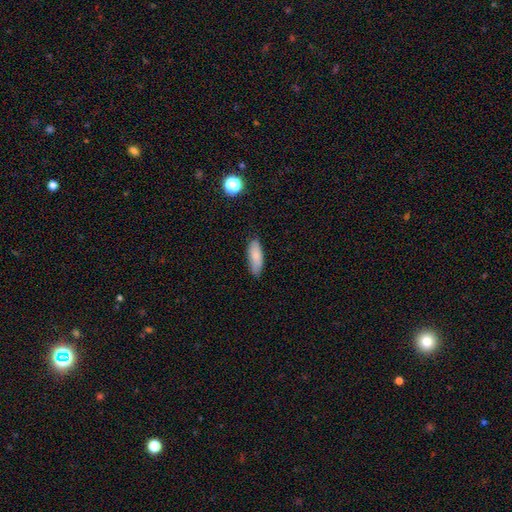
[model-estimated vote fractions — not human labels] Smooth or featured?
  - smooth: 83% *
  - featured or disk: 11%
  - star or artifact: 6%
How rounded?
  - in between: 67% *
  - cigar-shaped: 31%
  - round: 2%
Merging?
  - none: 83% *
  - minor disturbance: 14%
  - major disturbance: 2%
  - merger: 1%